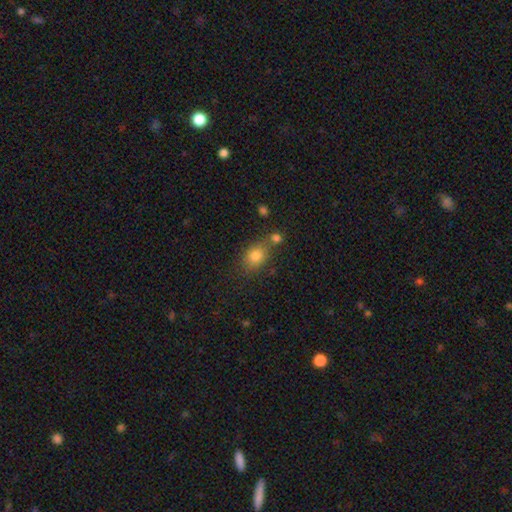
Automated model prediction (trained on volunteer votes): Smooth or featured? smooth (80%)
How rounded? in between (57%)
Merging? none (60%)